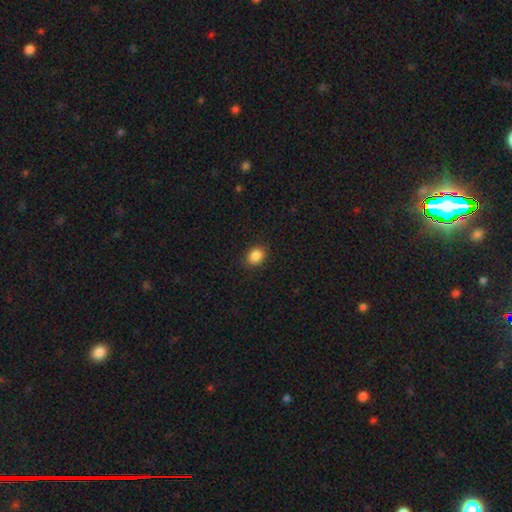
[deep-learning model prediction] smooth-or-featured: smooth: 87% | star or artifact: 10% | featured or disk: 4%
  how-rounded: round: 56% | in between: 43% | cigar-shaped: 1%
  merging: none: 88% | minor disturbance: 9% | major disturbance: 2% | merger: 1%